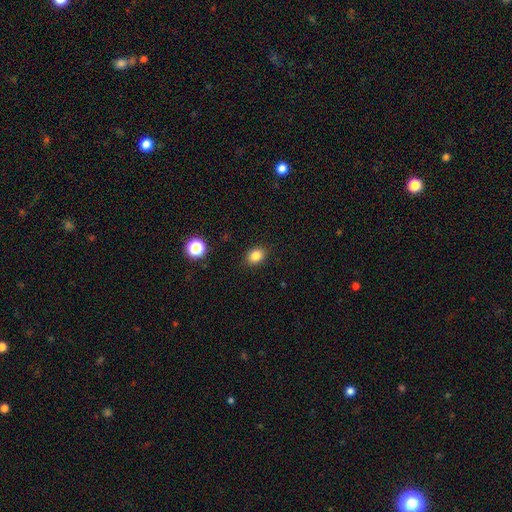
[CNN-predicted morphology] The model was most divided on "how rounded": in between: 57%, round: 42%, cigar-shaped: 1%. More confident: merging — none (88%); smooth or featured — smooth (84%).